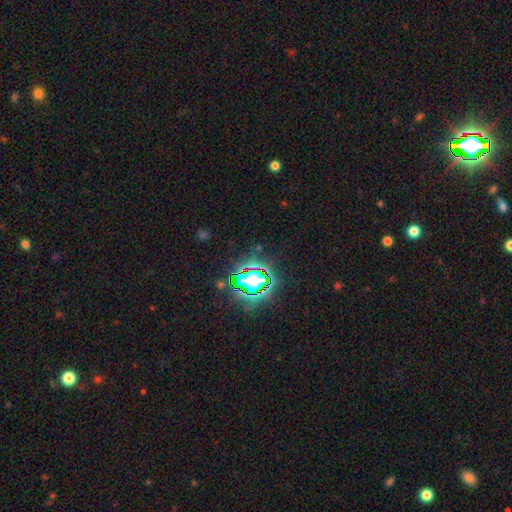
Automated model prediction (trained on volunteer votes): Q: Smooth or featured?
A: star or artifact (81%); runner-up: smooth (12%)